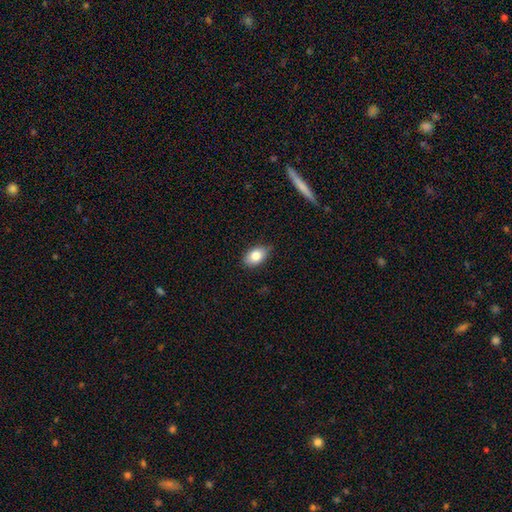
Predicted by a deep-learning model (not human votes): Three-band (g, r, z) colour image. It shows a smooth galaxy with no disk features (82%) that is in between round and cigar-shaped (88%). Merging: none (79%).